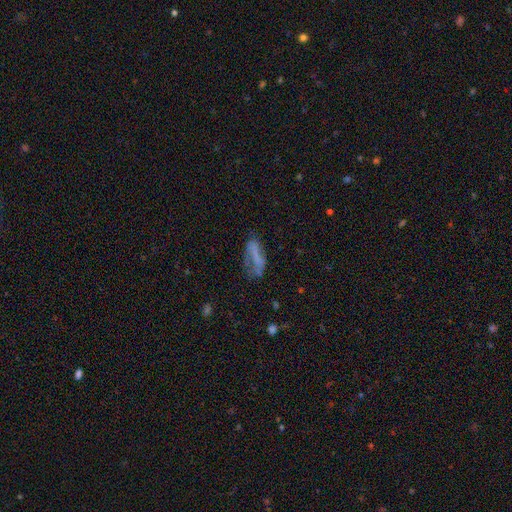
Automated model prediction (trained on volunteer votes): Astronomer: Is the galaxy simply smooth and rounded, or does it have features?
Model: smooth — 50% (runner-up: featured or disk, 37%).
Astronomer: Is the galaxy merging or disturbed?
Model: none — 41% (runner-up: major disturbance, 28%).